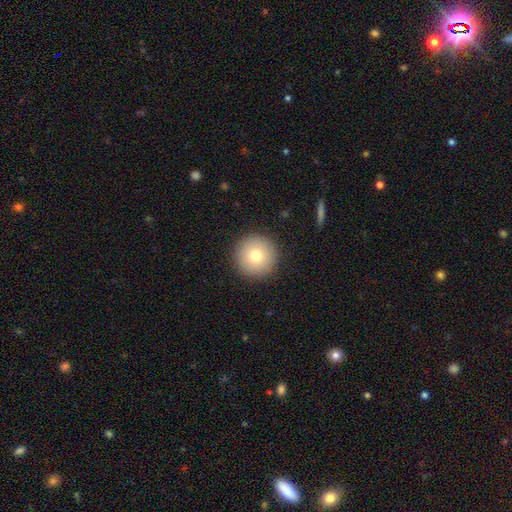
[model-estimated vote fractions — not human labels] Smooth or featured? smooth (78%)
How rounded? round (97%)
Merging? none (92%)